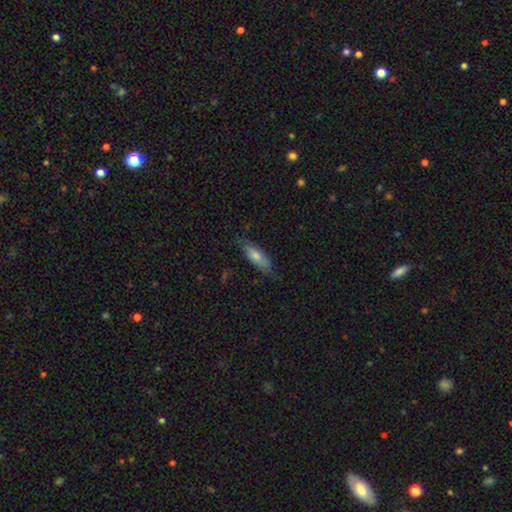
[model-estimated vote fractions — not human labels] Smooth or featured?
  - smooth: 60% *
  - featured or disk: 33%
  - star or artifact: 7%
How rounded?
  - cigar-shaped: 52% *
  - in between: 46%
  - round: 2%
Merging?
  - none: 76% *
  - minor disturbance: 19%
  - major disturbance: 4%
  - merger: 1%